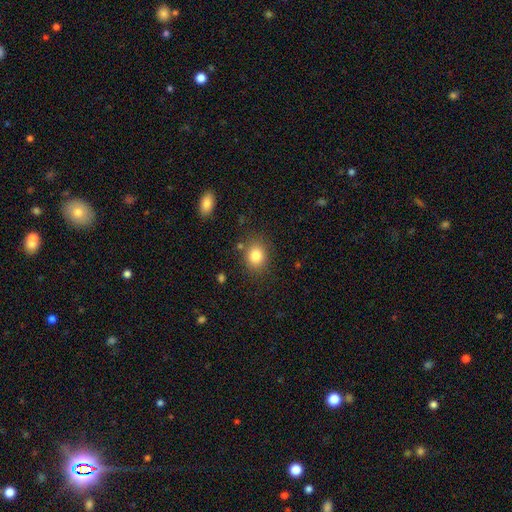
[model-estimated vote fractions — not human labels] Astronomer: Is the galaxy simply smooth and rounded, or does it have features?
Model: smooth — 82%.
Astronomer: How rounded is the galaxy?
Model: round — 60% (runner-up: in between, 39%).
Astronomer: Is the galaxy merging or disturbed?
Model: none — 82%.